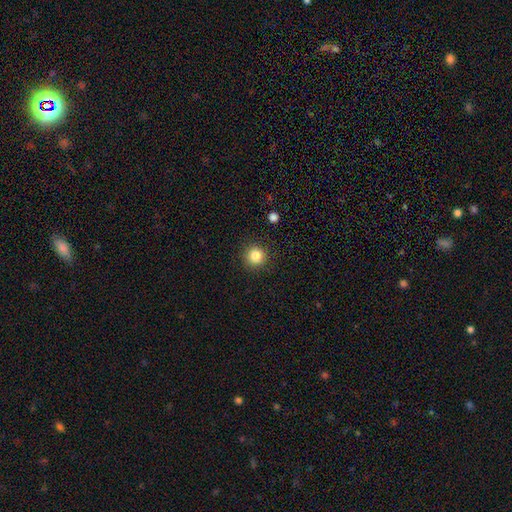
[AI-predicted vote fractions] smooth 84%, star or artifact 11%, featured or disk 5%. Down the decision tree: how rounded — round (95%); merging — none (91%).